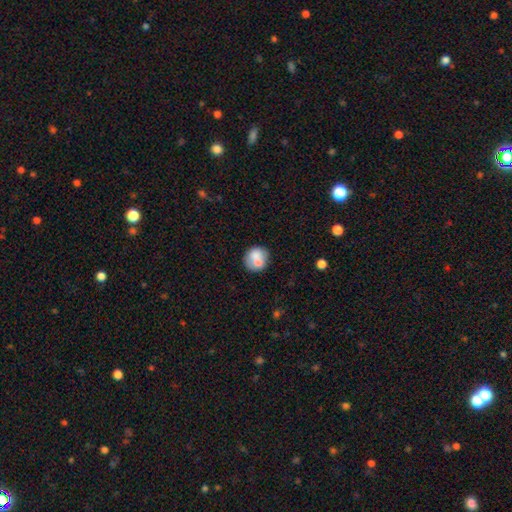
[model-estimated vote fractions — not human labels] The model was most divided on "merging": none: 50%, merger: 32%, minor disturbance: 13%, major disturbance: 5%. More confident: how rounded — round (81%); smooth or featured — smooth (69%).